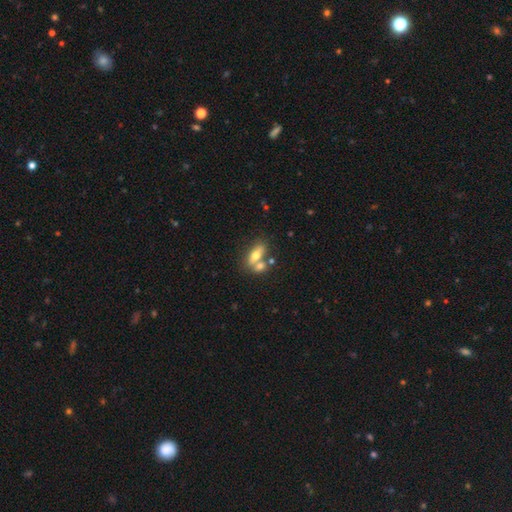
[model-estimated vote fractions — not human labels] Smooth or featured: smooth — 64% (featured or disk — 28%)
How rounded: in between — 70% (cigar-shaped — 23%)
Merging: none — 43% (merger — 41%)